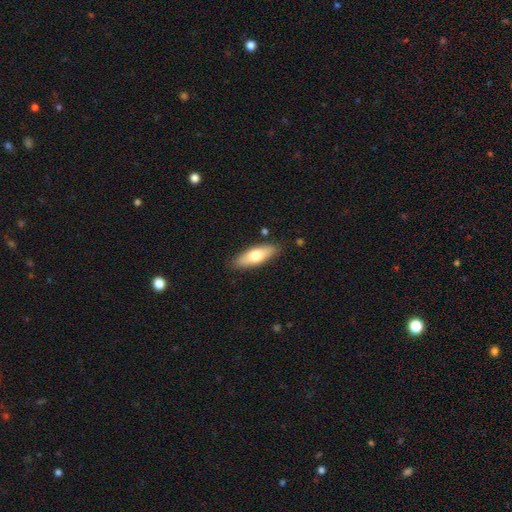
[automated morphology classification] Smooth or featured? smooth (67%)
How rounded? in between (58%)
Merging? none (86%)